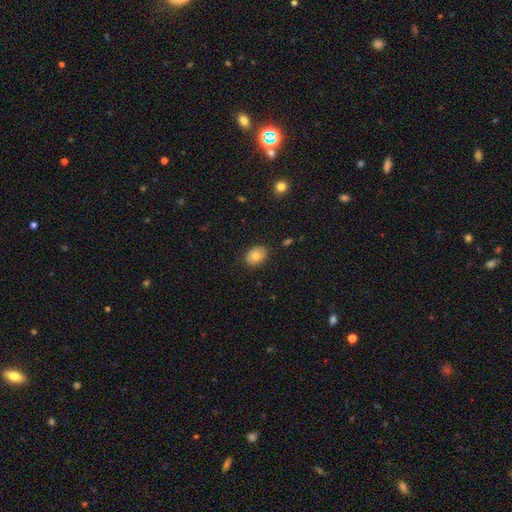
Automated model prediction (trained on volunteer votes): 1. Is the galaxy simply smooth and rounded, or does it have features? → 80% smooth, 12% featured or disk, 8% star or artifact.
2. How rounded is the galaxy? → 71% in between, 28% round, 1% cigar-shaped.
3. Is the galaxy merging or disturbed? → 84% none, 12% minor disturbance, 2% major disturbance, 1% merger.